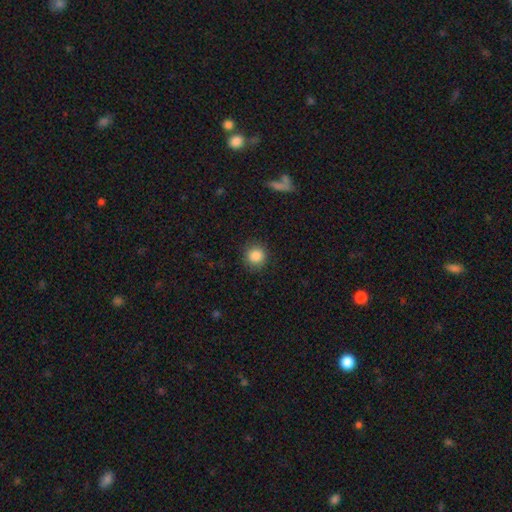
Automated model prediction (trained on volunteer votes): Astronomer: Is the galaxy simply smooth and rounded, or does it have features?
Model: smooth — 87%.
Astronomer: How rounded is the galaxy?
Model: round — 93%.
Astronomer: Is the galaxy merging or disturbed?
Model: none — 89%.